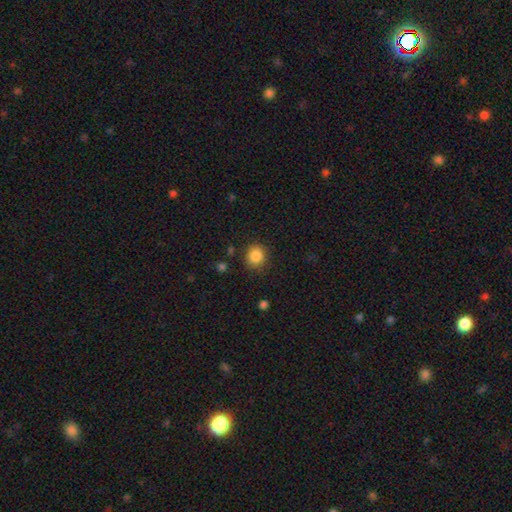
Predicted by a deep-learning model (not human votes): Smooth or featured? smooth (86%)
How rounded? round (83%)
Merging? none (86%)